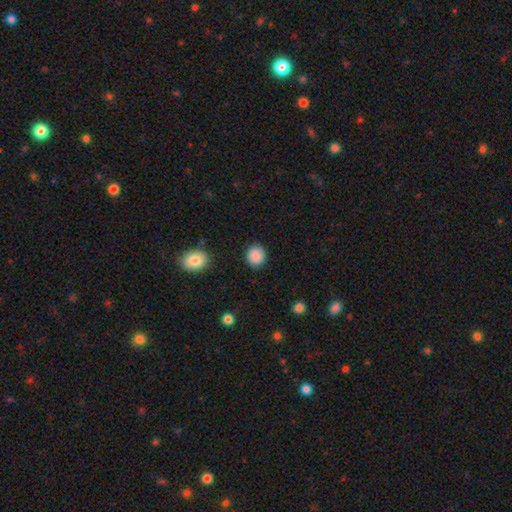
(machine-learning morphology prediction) This is clearly a smooth galaxy (89%). How rounded: clearly round (82%). Merging: clearly none (89%).